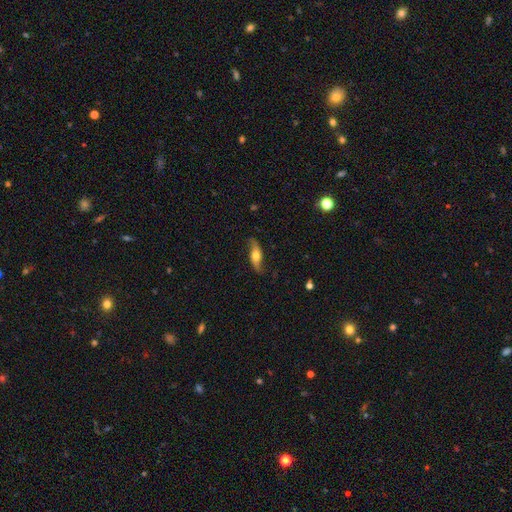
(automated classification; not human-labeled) Smooth or featured? Predicted: featured or disk (p=0.56). Edge-on disk? Predicted: no (p=0.58). Merging? Predicted: none (p=0.76).